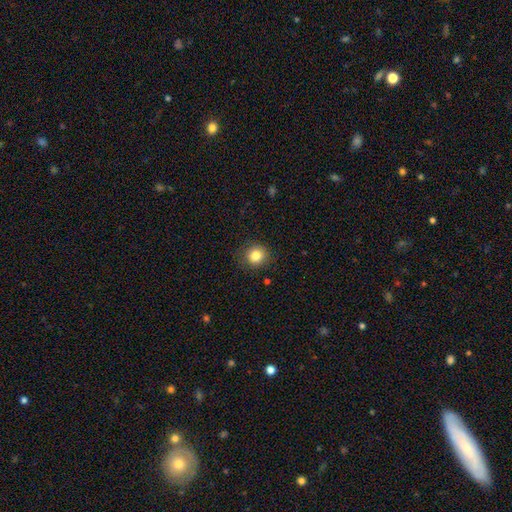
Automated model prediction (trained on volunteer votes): This is clearly a smooth galaxy (83%). How rounded: clearly round (89%). Merging: clearly none (87%).